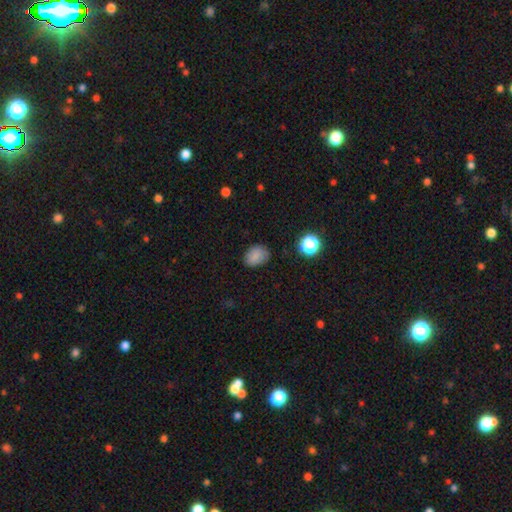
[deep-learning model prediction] This is clearly a smooth galaxy (82%). How rounded: likely in between (67%). Merging: likely none (77%).